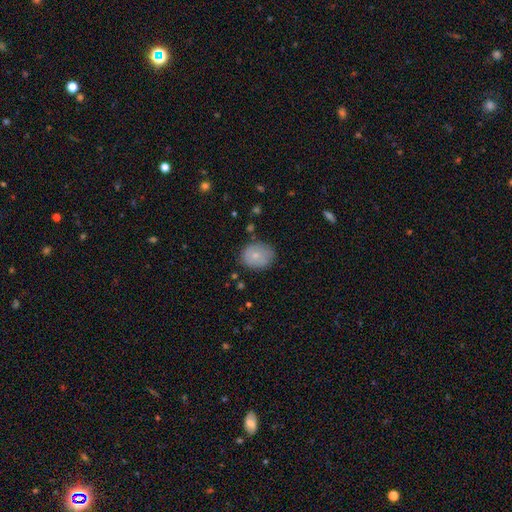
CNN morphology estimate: A smooth galaxy with no disk features (71%) that is round (61%).

Vote fractions:
- Smooth or featured? smooth: 71% / featured or disk: 21% / star or artifact: 8%
- How rounded? round: 61% / in between: 38% / cigar-shaped: 1%
- Merging? none: 74% / minor disturbance: 19% / major disturbance: 5% / merger: 2%